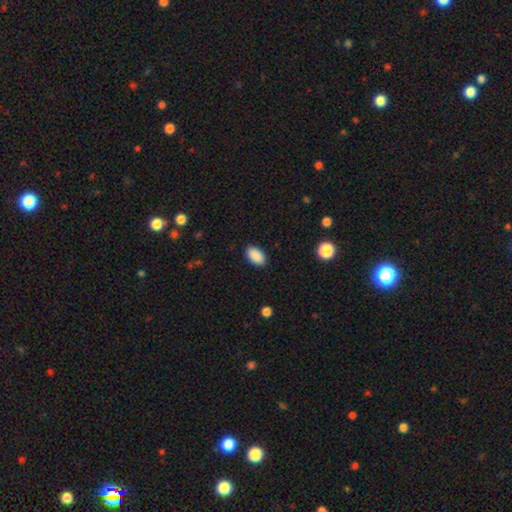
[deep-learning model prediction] smooth_or_featured: smooth (p=0.90) [alt: star or artifact p=0.07]
how_rounded: in between (p=0.94) [alt: round p=0.04]
merging: none (p=0.89) [alt: minor disturbance p=0.08]